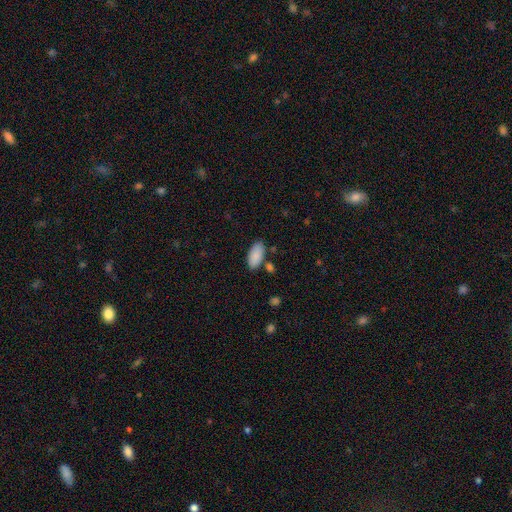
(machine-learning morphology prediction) This is clearly a smooth galaxy (89%). How rounded: clearly in between (93%). Merging: likely none (79%).